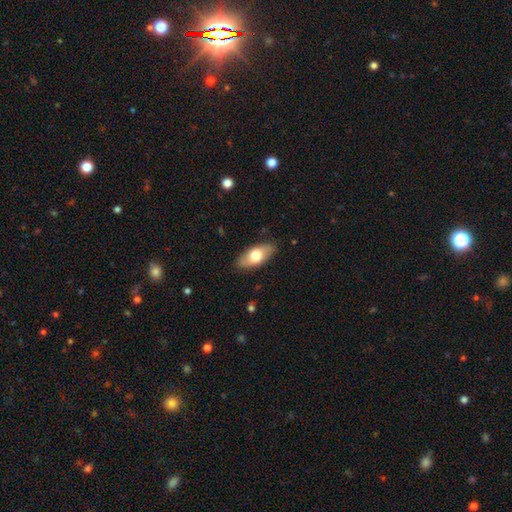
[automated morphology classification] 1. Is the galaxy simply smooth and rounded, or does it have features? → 66% smooth, 28% featured or disk, 6% star or artifact.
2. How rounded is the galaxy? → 86% in between, 11% cigar-shaped, 3% round.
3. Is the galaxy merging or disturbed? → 86% none, 11% minor disturbance, 2% major disturbance, 1% merger.